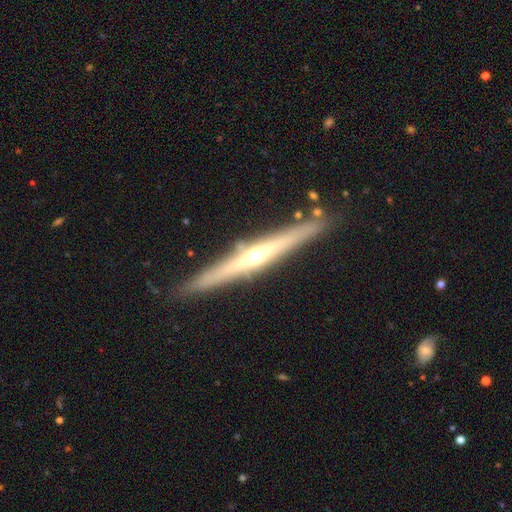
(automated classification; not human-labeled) Smooth or featured?
  - featured or disk: 77% *
  - smooth: 18%
  - star or artifact: 6%
Edge-on disk?
  - yes: 97% *
  - no: 3%
Edge-on bulge?
  - rounded: 84% *
  - none: 11%
  - boxy: 5%
Merging?
  - none: 88% *
  - minor disturbance: 8%
  - merger: 2%
  - major disturbance: 2%